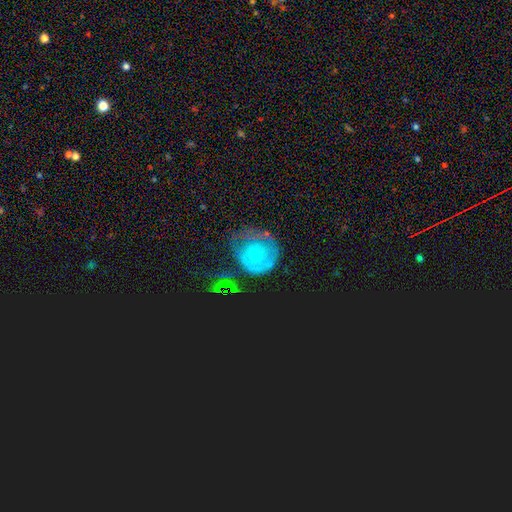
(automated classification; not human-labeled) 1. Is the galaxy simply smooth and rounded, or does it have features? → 42% featured or disk, 32% star or artifact, 26% smooth.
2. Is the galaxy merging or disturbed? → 54% none, 25% minor disturbance, 17% major disturbance, 4% merger.